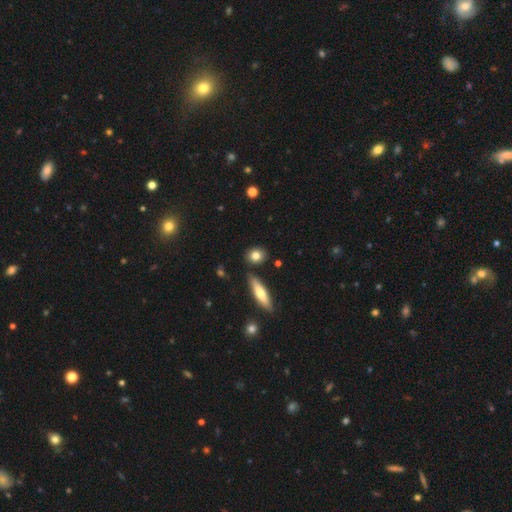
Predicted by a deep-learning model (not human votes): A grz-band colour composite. It shows a smooth galaxy with no disk features (81%) that is round (61%). Merging: none (83%).